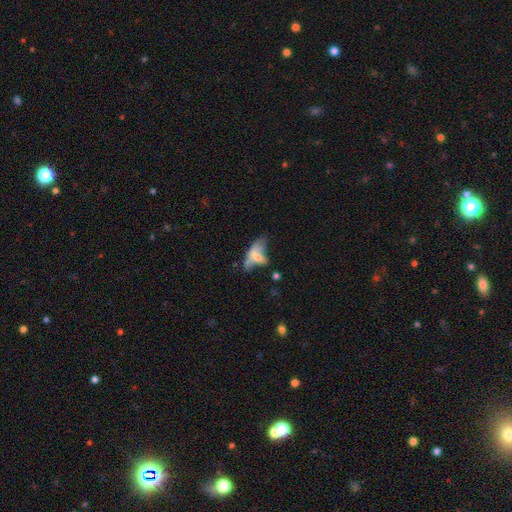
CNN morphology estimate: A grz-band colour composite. It shows a smooth galaxy with no disk features (52%) that is in between round and cigar-shaped (77%). Merging: major disturbance (31%).